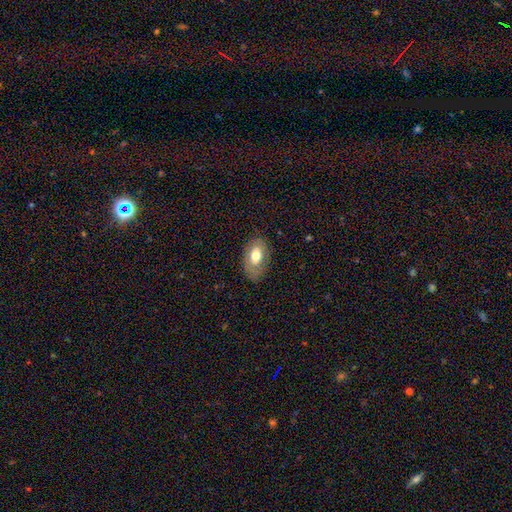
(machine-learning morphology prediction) Smooth or featured: smooth — 66% (featured or disk — 26%)
How rounded: in between — 90% (round — 9%)
Merging: none — 73% (minor disturbance — 20%)